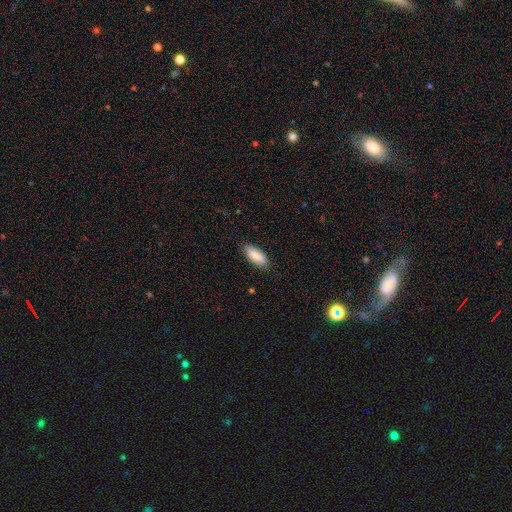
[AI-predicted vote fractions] A smooth galaxy with no disk features (83%) that is in between round and cigar-shaped (83%). Merging: none (84%).